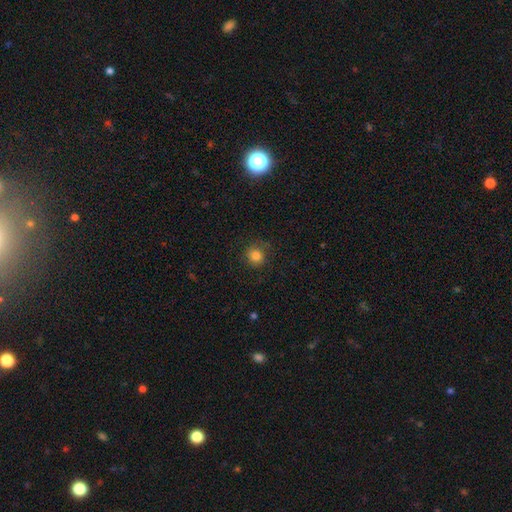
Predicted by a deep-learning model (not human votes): This is clearly a smooth galaxy (82%). How rounded: clearly round (89%). Merging: clearly none (80%).